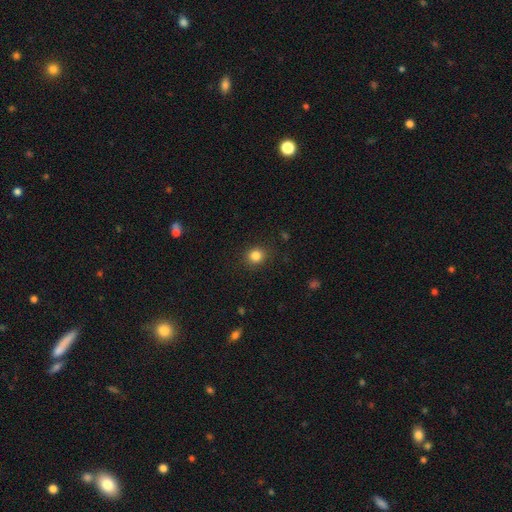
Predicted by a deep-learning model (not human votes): Morphology: type=smooth (83%); roundness=round (85%); merging=none (89%).